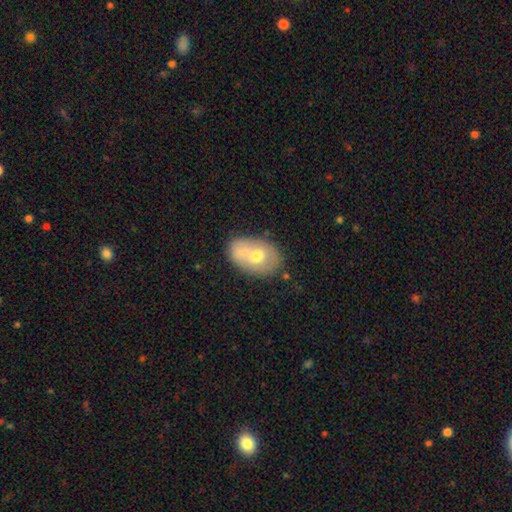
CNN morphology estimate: A smooth galaxy with no disk features (60%) that is in between round and cigar-shaped (83%).

Vote fractions:
- Smooth or featured? smooth: 60% / featured or disk: 33% / star or artifact: 7%
- How rounded? in between: 83% / round: 16% / cigar-shaped: 1%
- Merging? none: 46% / merger: 28% / minor disturbance: 19% / major disturbance: 6%